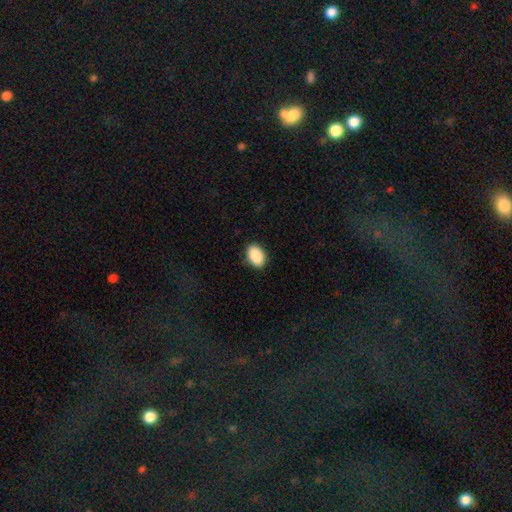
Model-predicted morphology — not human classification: The model was most divided on "merging": none: 88%, minor disturbance: 9%, major disturbance: 2%, merger: 1%. More confident: smooth or featured — smooth (90%); how rounded — in between (90%).